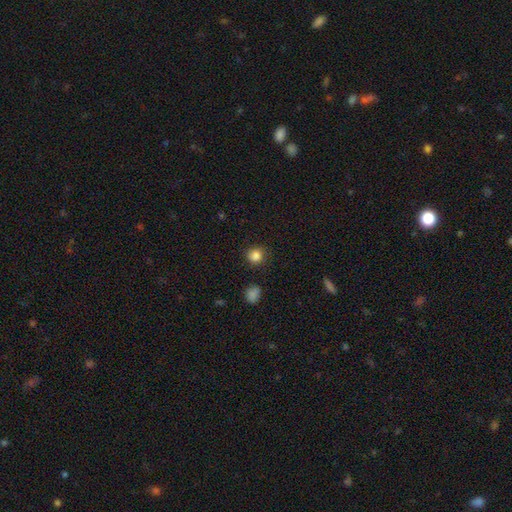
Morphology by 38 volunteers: A smooth galaxy with no disk features (84%) that is round (97%). Merging: none (91%).